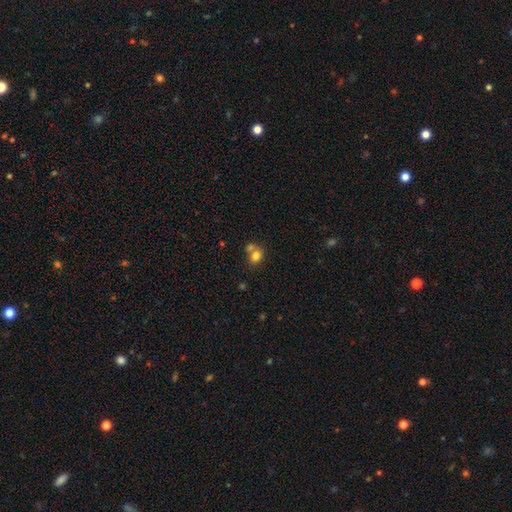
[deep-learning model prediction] Smooth or featured? smooth (79%)
How rounded? round (52%)
Merging? merger (43%)